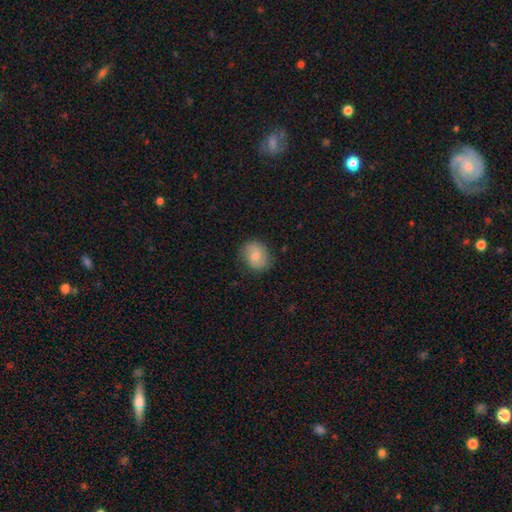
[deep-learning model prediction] This appears to be a smooth galaxy with no disk features (65%) that is round (60%). Merging: none (79%).